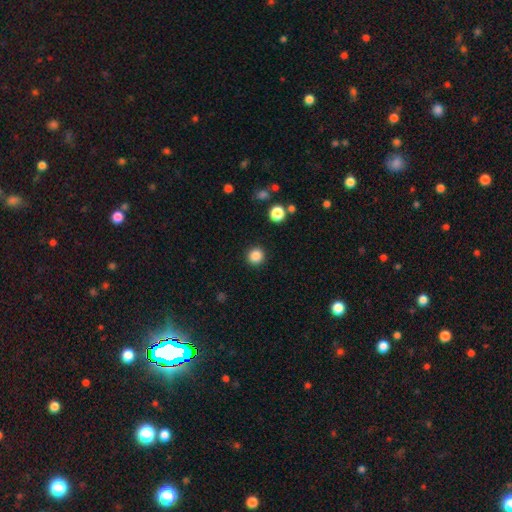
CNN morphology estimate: type=smooth (86%); roundness=round (94%); merging=none (92%).